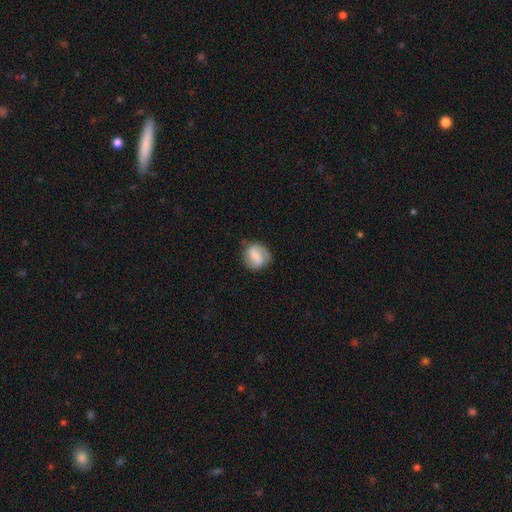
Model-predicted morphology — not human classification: Q: Smooth or featured?
A: featured or disk (47%); runner-up: smooth (46%)
Q: Merging?
A: none (71%); runner-up: minor disturbance (20%)